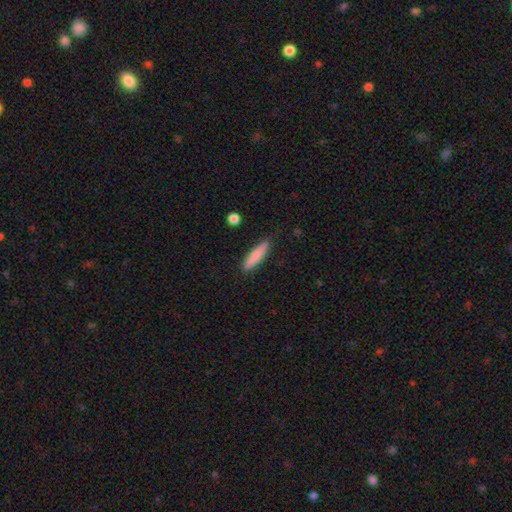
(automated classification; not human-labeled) This is clearly a smooth galaxy (80%). How rounded: clearly cigar-shaped (83%). Merging: clearly none (87%).